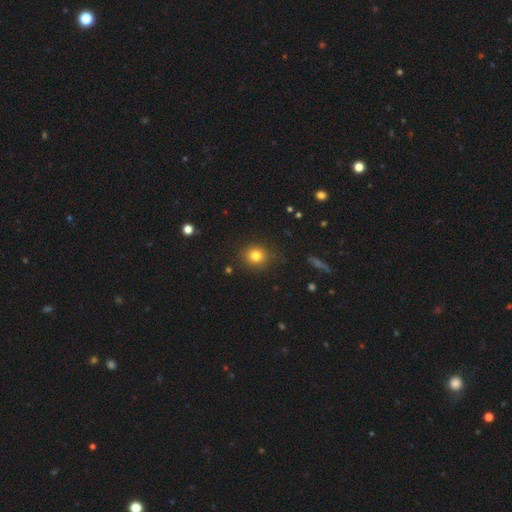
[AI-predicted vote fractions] A smooth galaxy with no disk features (81%) that is round (83%). Merging: none (87%).